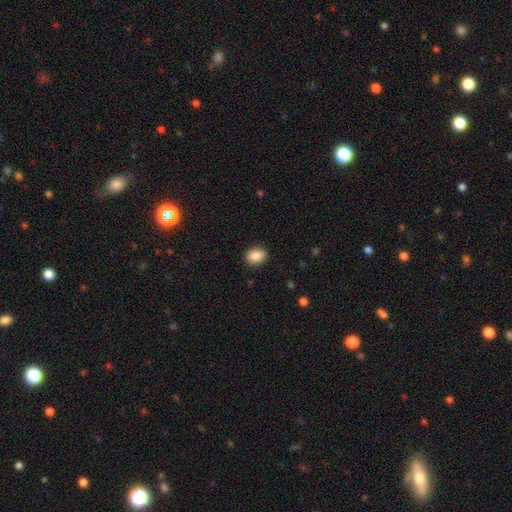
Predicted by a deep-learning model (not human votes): Q: Smooth or featured?
A: smooth (87%); runner-up: star or artifact (8%)
Q: How rounded?
A: in between (67%); runner-up: round (32%)
Q: Merging?
A: none (90%); runner-up: minor disturbance (8%)